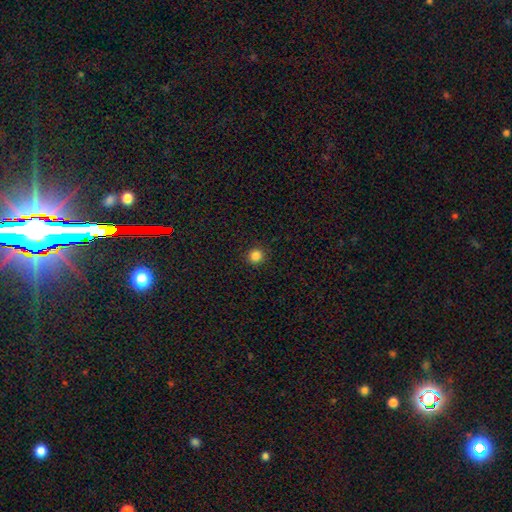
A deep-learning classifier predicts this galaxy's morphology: type=smooth (85%); roundness=round (93%); merging=none (92%).